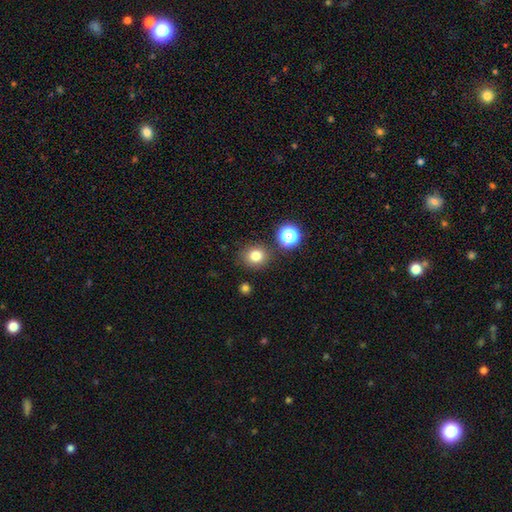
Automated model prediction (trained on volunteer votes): The model was most divided on "how rounded": round: 82%, in between: 17%, cigar-shaped: 1%. More confident: merging — none (83%); smooth or featured — smooth (79%).